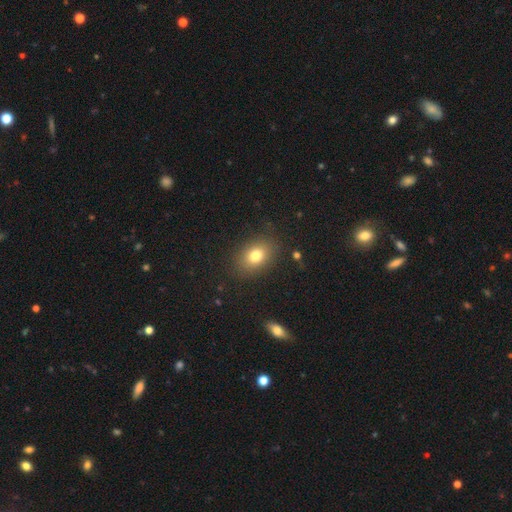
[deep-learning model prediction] The model was most divided on "how rounded": in between: 75%, round: 24%, cigar-shaped: 1%. More confident: merging — none (84%); smooth or featured — smooth (78%).